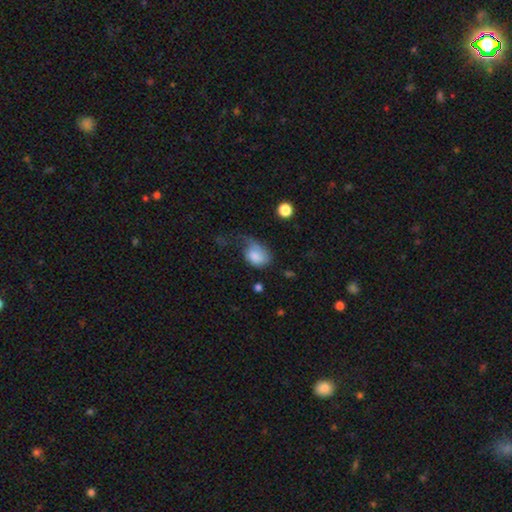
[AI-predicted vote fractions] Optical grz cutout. It shows a smooth galaxy with no disk features (74%) that is in between round and cigar-shaped (75%). Merging: major disturbance (46%).